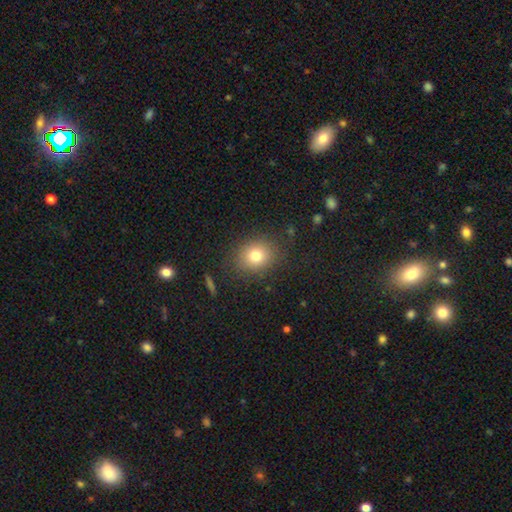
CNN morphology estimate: Smooth or featured? Predicted: smooth (p=0.77). How rounded? Predicted: round (p=0.62). Merging? Predicted: none (p=0.84).